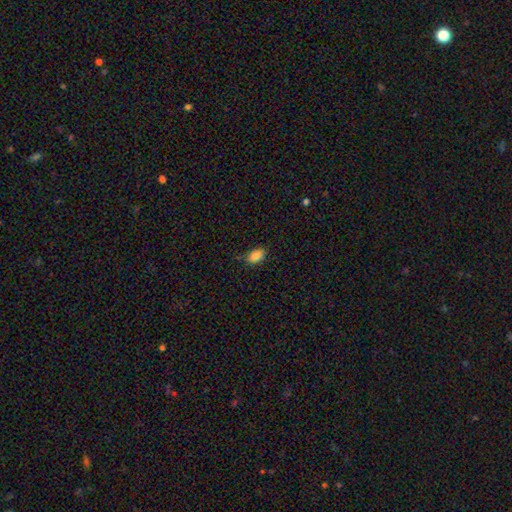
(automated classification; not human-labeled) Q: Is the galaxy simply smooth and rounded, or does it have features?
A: smooth — 87%.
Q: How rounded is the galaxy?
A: in between — 88%.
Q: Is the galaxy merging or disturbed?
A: none — 77%.